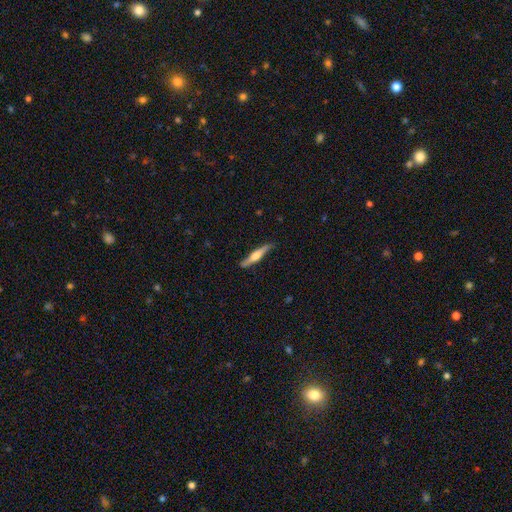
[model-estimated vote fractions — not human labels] This is possibly a featured or disk galaxy (55%). It is clearly viewed edge-on (95%). Edge-on bulge: clearly rounded (82%). Merging: clearly none (84%).